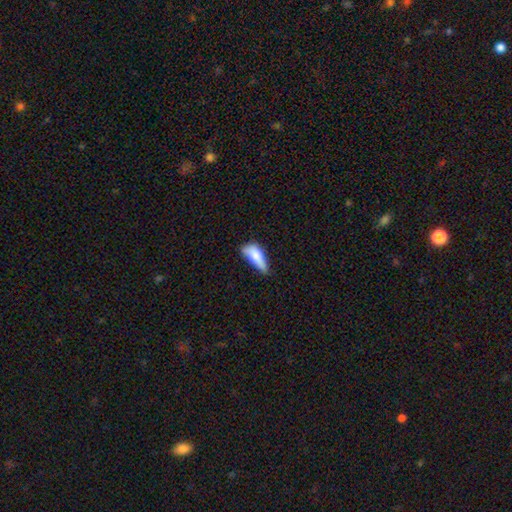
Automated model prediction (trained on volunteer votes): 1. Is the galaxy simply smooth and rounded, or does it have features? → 75% smooth, 18% featured or disk, 8% star or artifact.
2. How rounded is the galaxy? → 73% in between, 24% cigar-shaped, 3% round.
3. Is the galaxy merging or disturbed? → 43% minor disturbance, 29% none, 22% major disturbance, 6% merger.